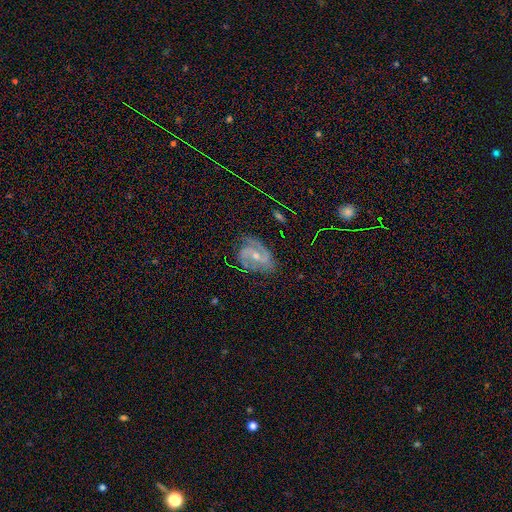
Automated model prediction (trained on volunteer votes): Smooth or featured? featured or disk (84%)
Edge-on disk? no (97%)
Bar? weak (46%)
Spiral arms? yes (96%)
Spiral winding? medium (49%)
Spiral arm count? 2 (74%)
Bulge size? small (52%)
Merging? none (70%)